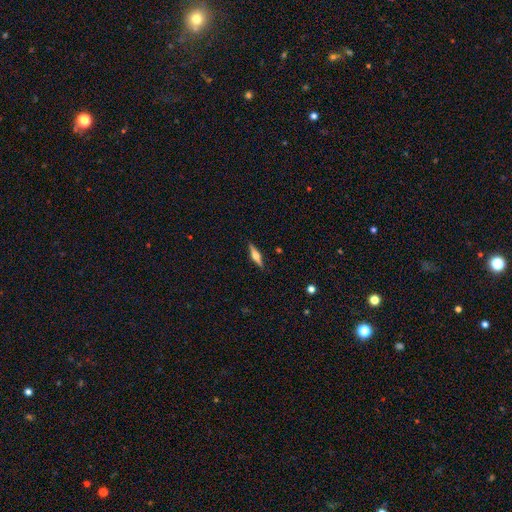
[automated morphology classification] Smooth or featured? featured or disk (66%)
Edge-on disk? yes (97%)
Edge-on bulge? rounded (91%)
Merging? none (90%)